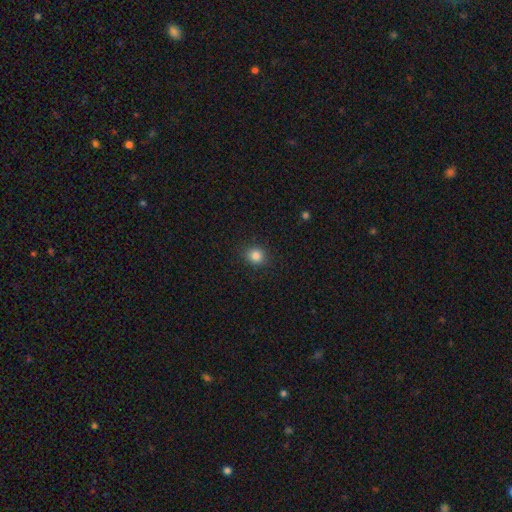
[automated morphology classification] smooth 85%, star or artifact 11%, featured or disk 4%. Down the decision tree: how rounded — round (83%); merging — none (90%).